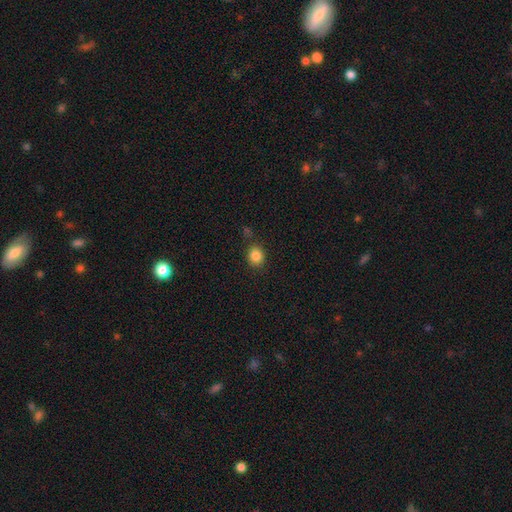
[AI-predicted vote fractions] smooth_or_featured: smooth (p=0.85) [alt: star or artifact p=0.10]
how_rounded: round (p=0.70) [alt: in between p=0.29]
merging: none (p=0.82) [alt: minor disturbance p=0.11]